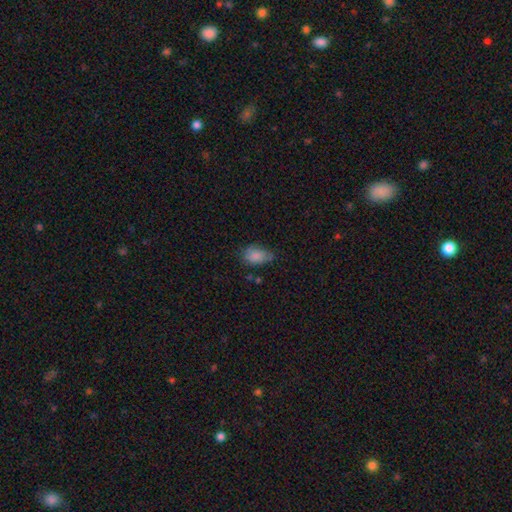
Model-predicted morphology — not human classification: type=smooth (81%); roundness=in between (87%); merging=none (53%).